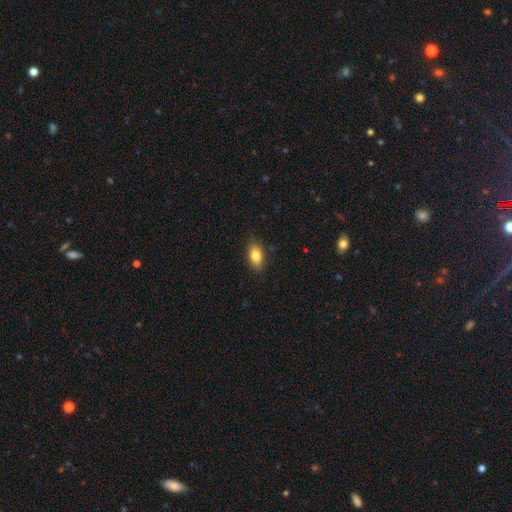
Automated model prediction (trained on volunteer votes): A smooth galaxy with no disk features (82%) that is in between round and cigar-shaped (87%).

Vote fractions:
- Smooth or featured? smooth: 82% / featured or disk: 10% / star or artifact: 8%
- How rounded? in between: 87% / round: 9% / cigar-shaped: 5%
- Merging? none: 85% / minor disturbance: 12% / major disturbance: 2% / merger: 1%